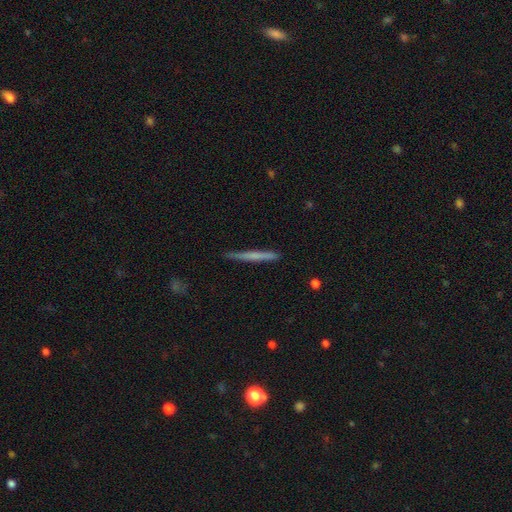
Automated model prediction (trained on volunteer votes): Smooth or featured: smooth — 53% (featured or disk — 42%)
How rounded: cigar-shaped — 97% (in between — 2%)
Merging: none — 88% (minor disturbance — 9%)